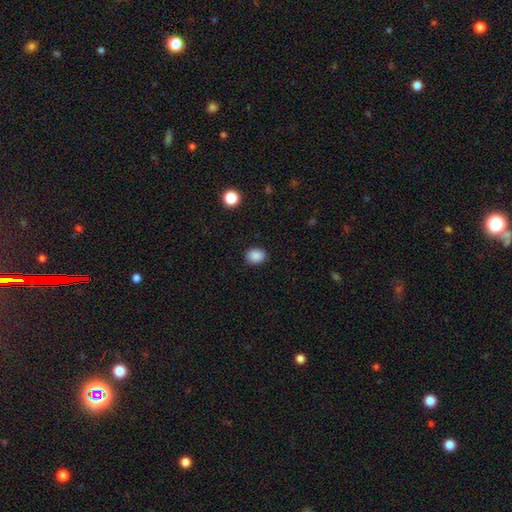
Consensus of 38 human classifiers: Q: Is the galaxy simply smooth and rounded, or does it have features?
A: smooth — 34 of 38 (89%).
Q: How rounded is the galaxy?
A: in between — 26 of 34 (76%).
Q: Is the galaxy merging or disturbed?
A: none — 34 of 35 (97%).